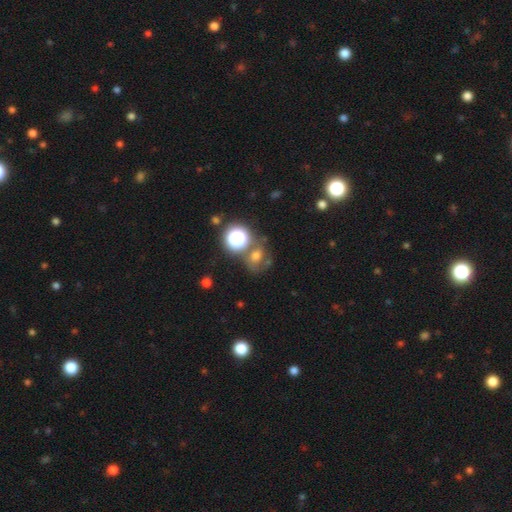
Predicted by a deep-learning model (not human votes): A smooth galaxy with no disk features (54%) that is round (66%). Merging: none (54%).